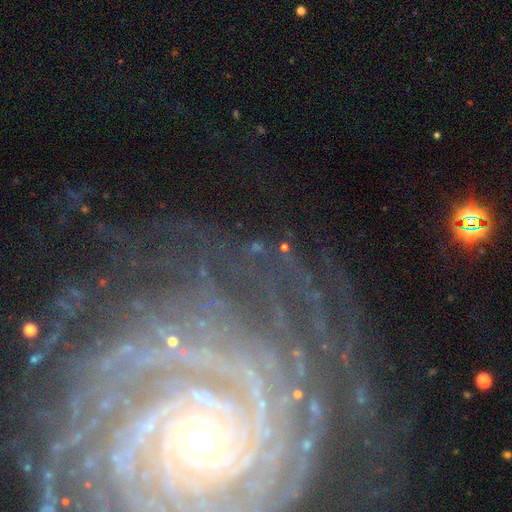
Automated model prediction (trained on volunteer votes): Overall: featured or disk (88%). Edge-on disk: no (96%). Bar: no (54%; weak 25%). Spiral arms: yes (97%). Spiral arm count: more than 4 (34%; can't tell 23%). Spiral winding: tight (84%). Bulge size: small (50%; moderate 43%). Merging: none (76%).